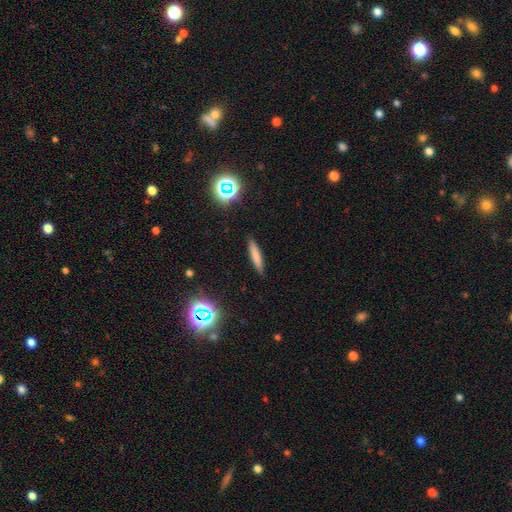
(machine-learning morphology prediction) smooth_or_featured: smooth (p=0.74) [alt: featured or disk p=0.15]
how_rounded: cigar-shaped (p=0.88) [alt: in between p=0.11]
merging: none (p=0.88) [alt: minor disturbance p=0.09]